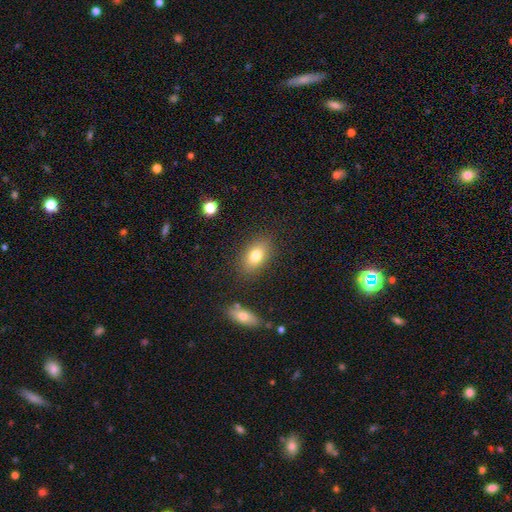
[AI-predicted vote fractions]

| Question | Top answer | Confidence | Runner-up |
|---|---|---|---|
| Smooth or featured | smooth | 77% | featured or disk (13%) |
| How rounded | in between | 84% | round (13%) |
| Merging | none | 84% | minor disturbance (11%) |